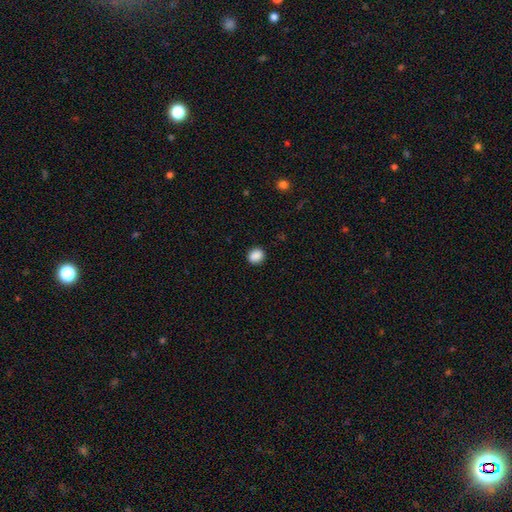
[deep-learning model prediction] Smooth or featured? smooth (89%)
How rounded? round (63%)
Merging? none (90%)